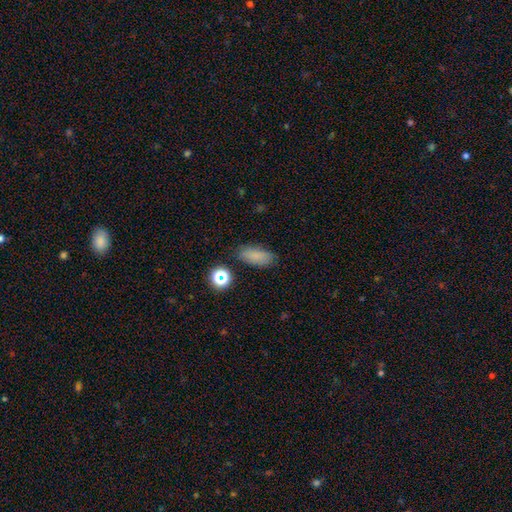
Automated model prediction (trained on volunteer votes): Smooth or featured? smooth (80%)
How rounded? in between (81%)
Merging? none (80%)